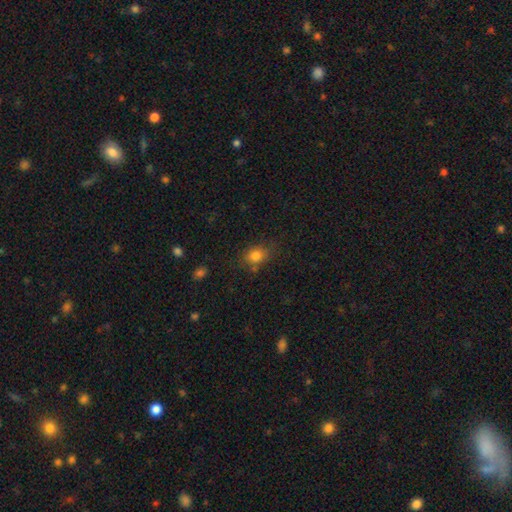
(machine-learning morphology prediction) Overall: smooth (81%). How rounded: in between (50%; round 48%). Merging: none (70%).